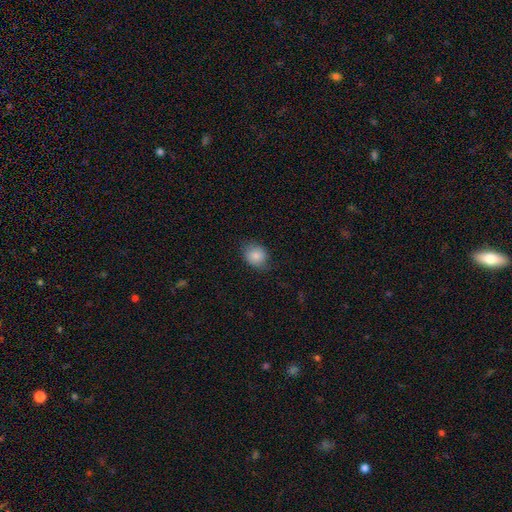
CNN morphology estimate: Q: Smooth or featured?
A: smooth (85%); runner-up: star or artifact (8%)
Q: How rounded?
A: round (56%); runner-up: in between (43%)
Q: Merging?
A: none (74%); runner-up: minor disturbance (20%)